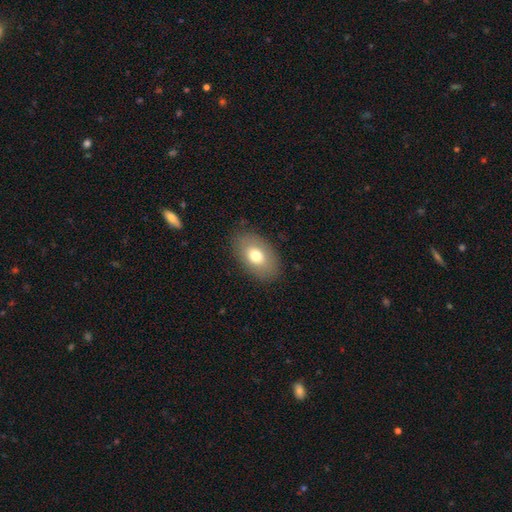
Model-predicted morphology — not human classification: The model was most divided on "smooth or featured": smooth: 73%, featured or disk: 20%, star or artifact: 8%. More confident: how rounded — in between (90%); merging — none (85%).